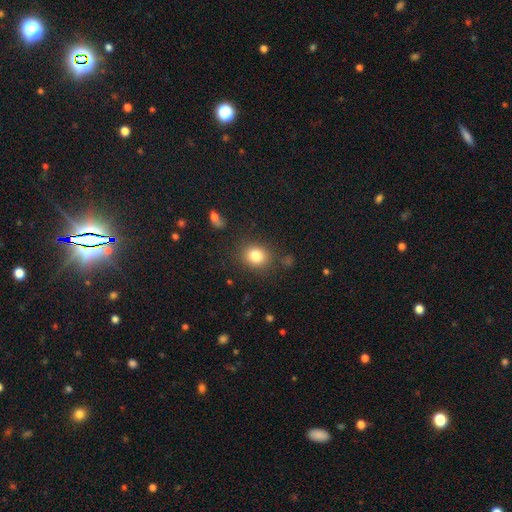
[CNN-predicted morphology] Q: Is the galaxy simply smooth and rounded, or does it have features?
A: smooth — 82%.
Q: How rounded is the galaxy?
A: round — 72%.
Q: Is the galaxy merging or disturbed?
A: none — 84%.